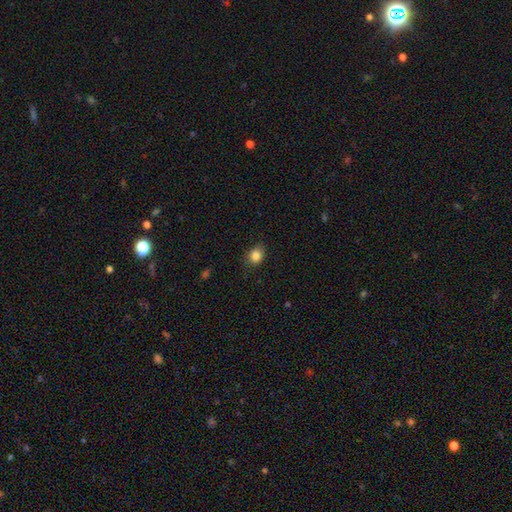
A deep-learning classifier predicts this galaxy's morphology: The model was most divided on "how rounded": round: 58%, in between: 41%, cigar-shaped: 1%. More confident: smooth or featured — smooth (85%); merging — none (81%).